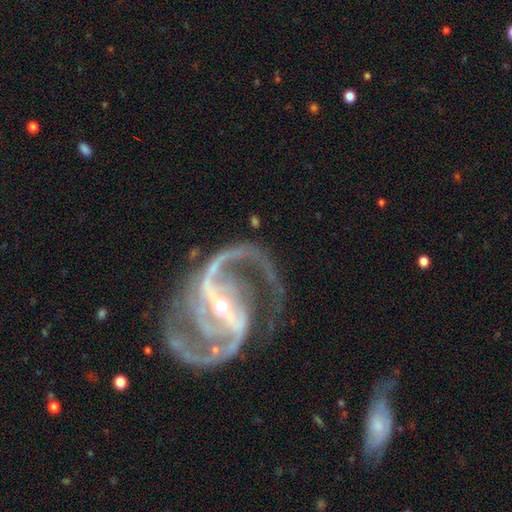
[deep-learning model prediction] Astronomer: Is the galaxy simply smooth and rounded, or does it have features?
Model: featured or disk — 94%.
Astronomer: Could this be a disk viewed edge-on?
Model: no — 98%.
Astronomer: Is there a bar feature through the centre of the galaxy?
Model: strong — 71%.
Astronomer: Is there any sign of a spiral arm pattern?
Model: yes — 99%.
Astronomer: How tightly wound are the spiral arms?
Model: medium — 60%.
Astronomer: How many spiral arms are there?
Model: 2 — 87%.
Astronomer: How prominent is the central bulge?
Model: small — 61% (runner-up: moderate, 36%).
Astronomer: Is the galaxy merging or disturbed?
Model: none — 70%.